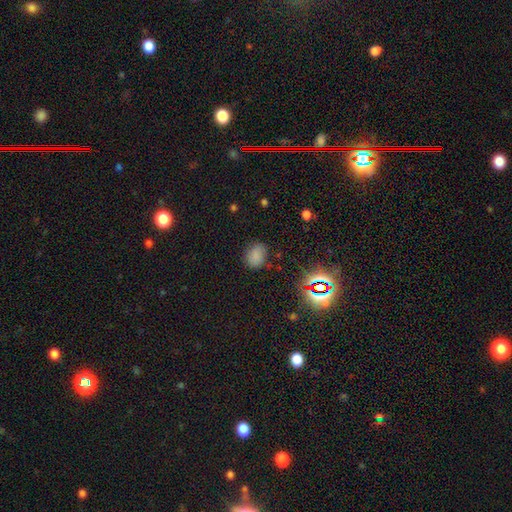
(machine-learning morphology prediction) This appears to be a smooth galaxy with no disk features (76%) that is in between round and cigar-shaped (63%). Merging: none (77%).